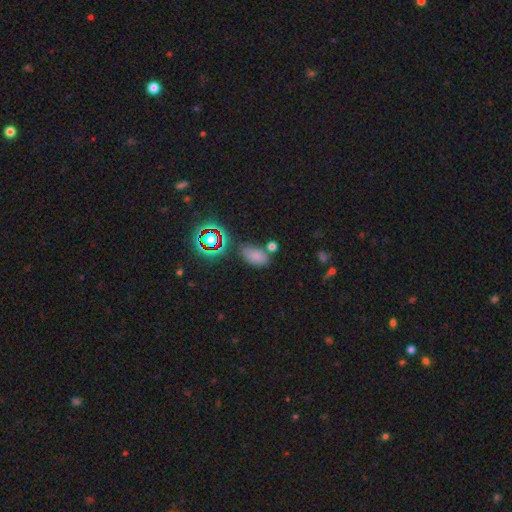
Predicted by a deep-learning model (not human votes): Morphology: type=smooth (70%); roundness=in between (89%); merging=none (64%).